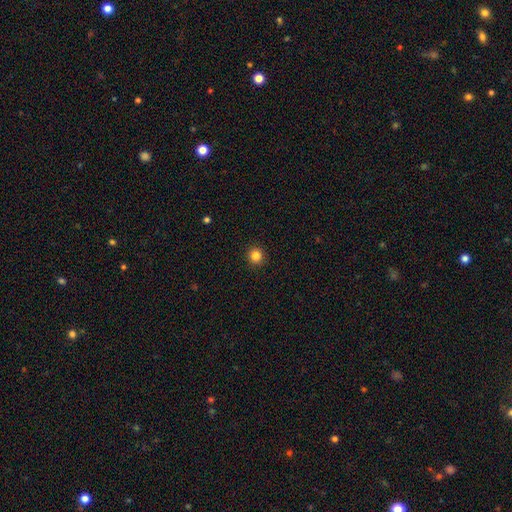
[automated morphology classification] smooth_or_featured: smooth (p=0.84) [alt: star or artifact p=0.12]
how_rounded: round (p=0.95) [alt: in between p=0.05]
merging: none (p=0.93) [alt: minor disturbance p=0.04]